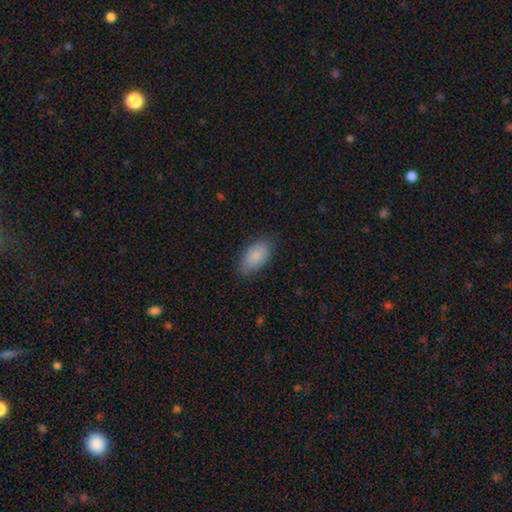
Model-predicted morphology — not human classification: smooth 87%, star or artifact 7%, featured or disk 7%. Down the decision tree: how rounded — in between (93%); merging — none (79%).